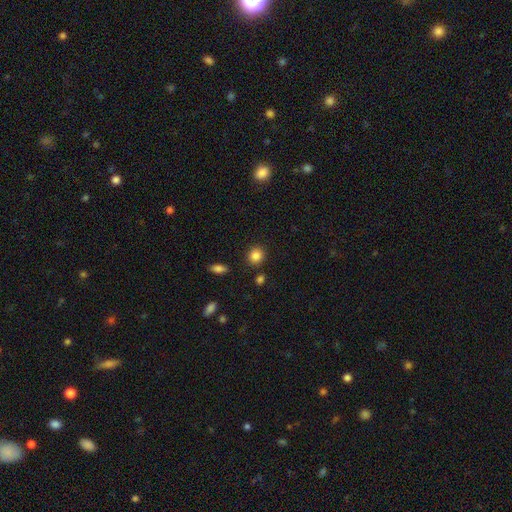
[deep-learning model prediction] Overall: smooth (85%). How rounded: round (86%). Merging: none (87%).